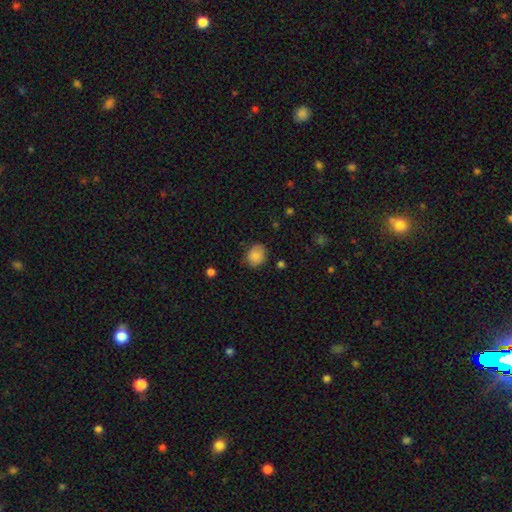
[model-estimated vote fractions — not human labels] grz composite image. It shows a smooth galaxy with no disk features (86%) that is round (64%). Merging: none (75%).